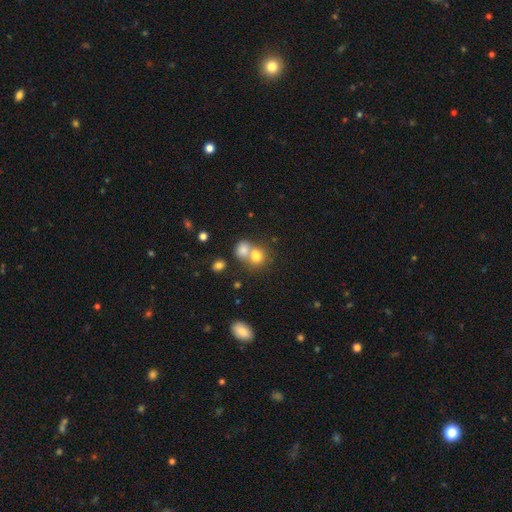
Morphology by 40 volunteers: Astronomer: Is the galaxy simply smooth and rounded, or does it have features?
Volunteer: smooth — 78%.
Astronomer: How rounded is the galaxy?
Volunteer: round — 77%.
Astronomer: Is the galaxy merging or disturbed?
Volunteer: none — 45%, tied with merger at 45%.